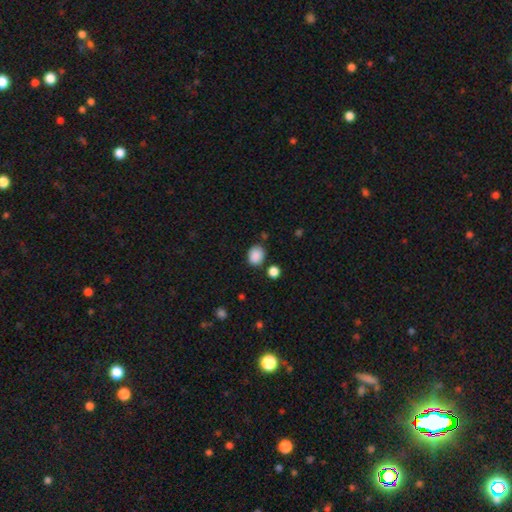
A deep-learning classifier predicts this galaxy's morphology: smooth 88%, star or artifact 9%, featured or disk 3%. Down the decision tree: how rounded — round (56%); merging — none (78%).